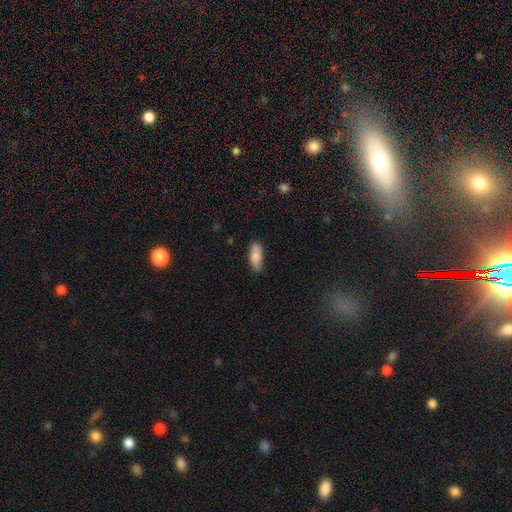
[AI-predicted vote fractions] A smooth galaxy with no disk features (84%) that is in between round and cigar-shaped (74%). Merging: none (78%).